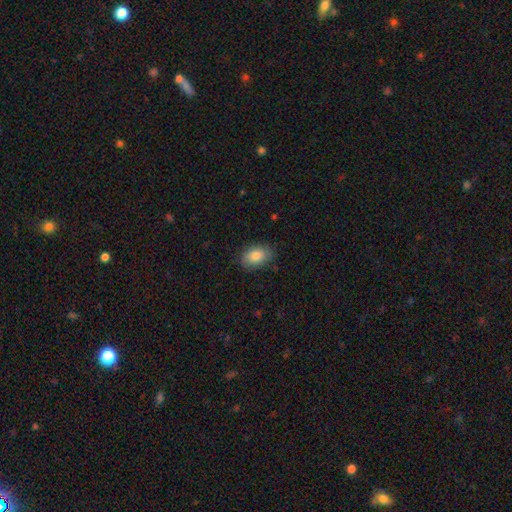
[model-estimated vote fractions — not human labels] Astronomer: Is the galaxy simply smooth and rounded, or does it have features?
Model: smooth — 84%.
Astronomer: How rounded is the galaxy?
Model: in between — 86%.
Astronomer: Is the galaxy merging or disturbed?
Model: none — 81%.